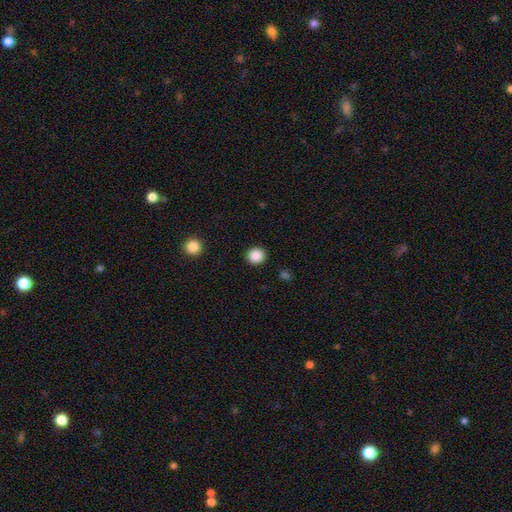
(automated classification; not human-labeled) Q: Smooth or featured?
A: smooth (88%); runner-up: star or artifact (10%)
Q: How rounded?
A: round (90%); runner-up: in between (9%)
Q: Merging?
A: none (92%); runner-up: minor disturbance (5%)